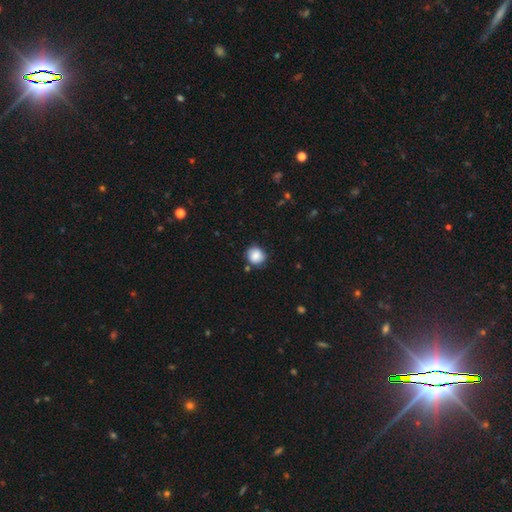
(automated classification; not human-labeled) Morphology: type=smooth (85%); roundness=round (85%); merging=none (77%).